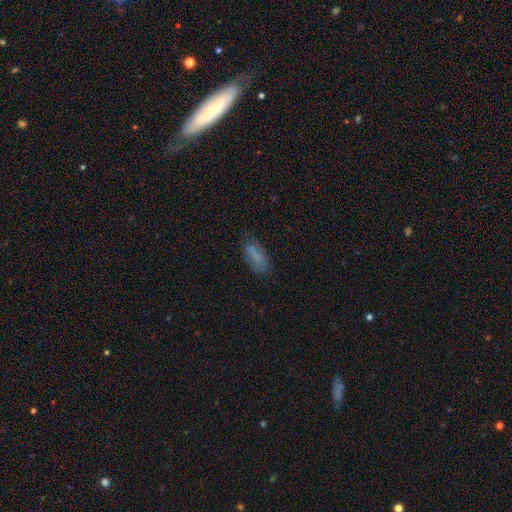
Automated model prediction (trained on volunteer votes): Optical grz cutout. It shows a smooth galaxy with no disk features (67%) that is in between round and cigar-shaped (83%). Merging: none (70%).